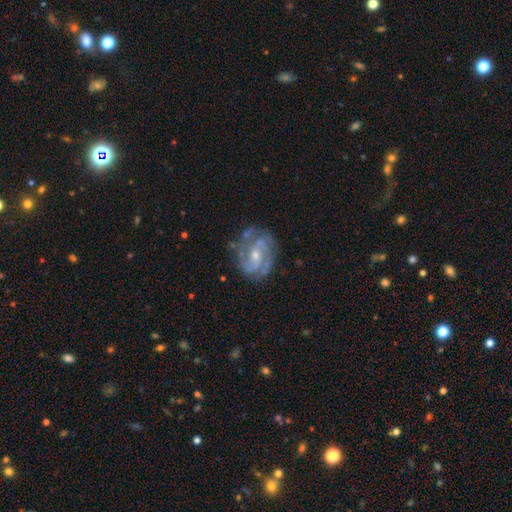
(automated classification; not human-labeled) The model was most divided on "bulge size": small: 50%, moderate: 45%, none: 3%, large: 2%, dominant: 1%. Remaining: edge-on disk — no (97%); spiral arms — yes (93%); smooth or featured — featured or disk (84%); merging — none (71%); spiral arm count — 2 (50%); bar — weak (46%); spiral winding — medium (46%).